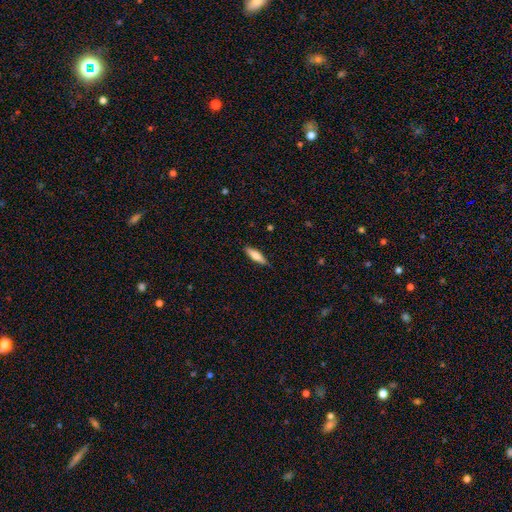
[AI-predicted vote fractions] This appears to be a smooth galaxy with no disk features (73%) that is cigar-shaped (58%). Merging: none (85%).